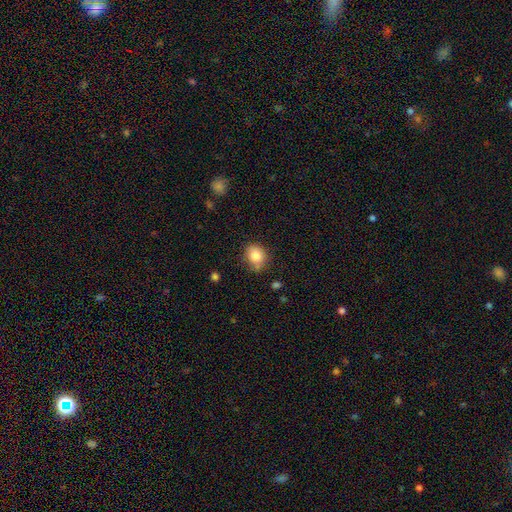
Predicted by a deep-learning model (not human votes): smooth 84%, star or artifact 9%, featured or disk 6%. Down the decision tree: how rounded — round (62%); merging — none (71%).